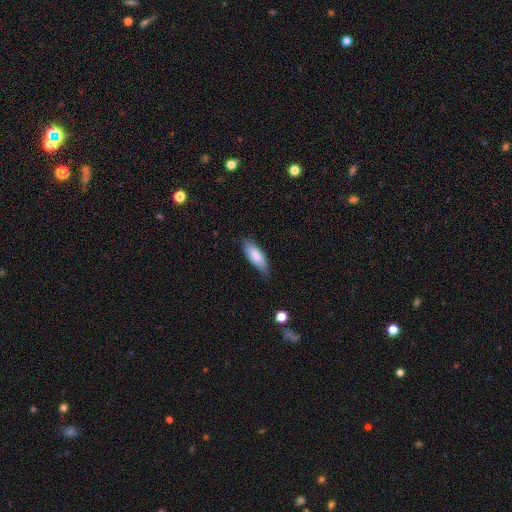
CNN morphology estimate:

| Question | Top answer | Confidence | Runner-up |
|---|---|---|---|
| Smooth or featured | smooth | 81% | featured or disk (13%) |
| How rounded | in between | 63% | cigar-shaped (35%) |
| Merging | none | 70% | minor disturbance (24%) |